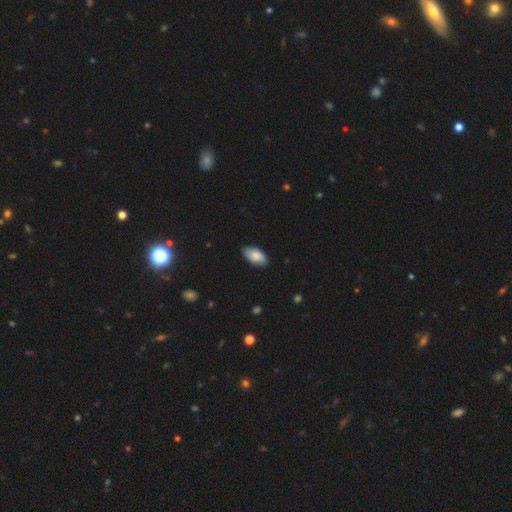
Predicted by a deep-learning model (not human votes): smooth-or-featured: smooth: 84% | featured or disk: 10% | star or artifact: 6%
  how-rounded: in between: 95% | round: 3% | cigar-shaped: 3%
  merging: none: 84% | minor disturbance: 13% | major disturbance: 2% | merger: 1%